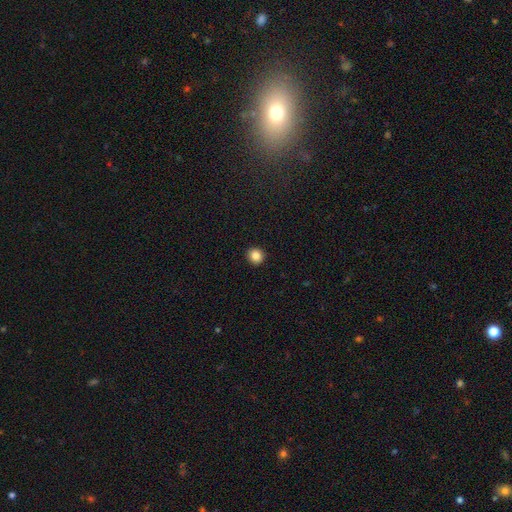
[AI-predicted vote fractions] Q: Smooth or featured?
A: smooth (85%); runner-up: star or artifact (11%)
Q: How rounded?
A: round (91%); runner-up: in between (8%)
Q: Merging?
A: none (93%); runner-up: minor disturbance (5%)